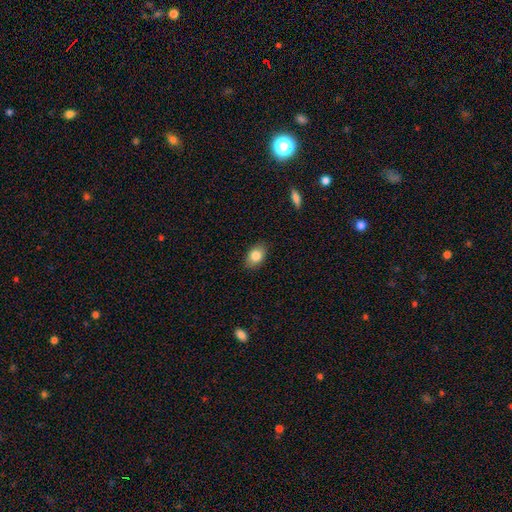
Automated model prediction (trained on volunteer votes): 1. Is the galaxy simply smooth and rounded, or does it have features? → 83% smooth, 9% featured or disk, 8% star or artifact.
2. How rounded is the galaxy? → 82% in between, 17% round, 1% cigar-shaped.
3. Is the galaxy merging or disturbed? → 87% none, 10% minor disturbance, 2% major disturbance, 1% merger.